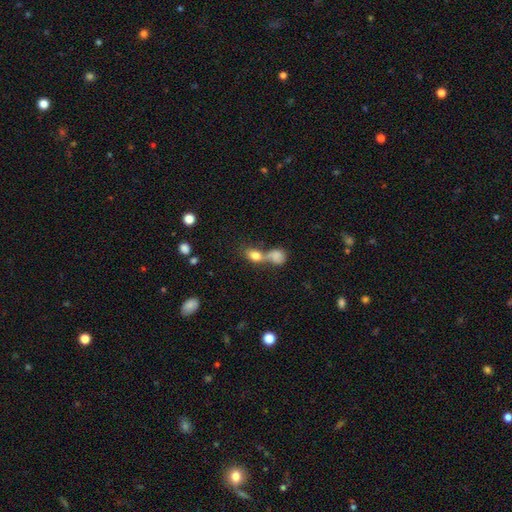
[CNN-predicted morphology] The model was most divided on "merging": merger: 57%, none: 28%, minor disturbance: 8%, major disturbance: 7%. More confident: smooth or featured — smooth (78%); how rounded — in between (74%).